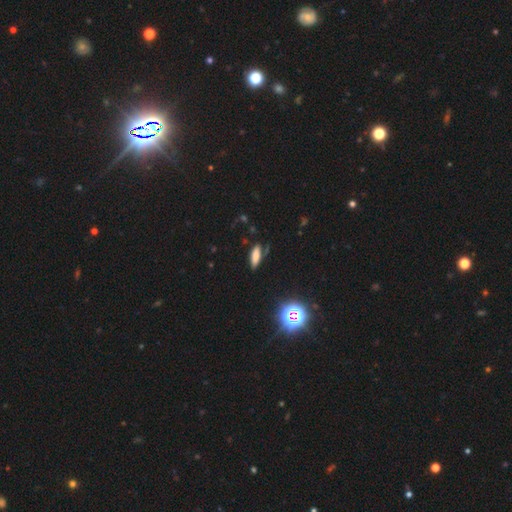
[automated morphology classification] The model was most divided on "how rounded": in between: 56%, cigar-shaped: 41%, round: 3%. More confident: merging — none (74%); smooth or featured — smooth (73%).